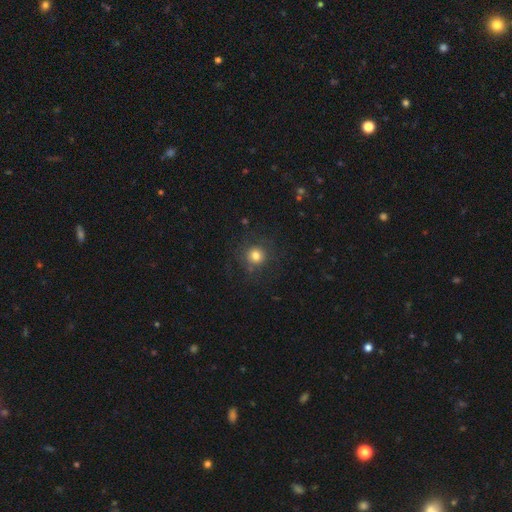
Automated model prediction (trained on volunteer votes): smooth 77%, star or artifact 14%, featured or disk 8%. Down the decision tree: how rounded — round (93%); merging — none (82%).